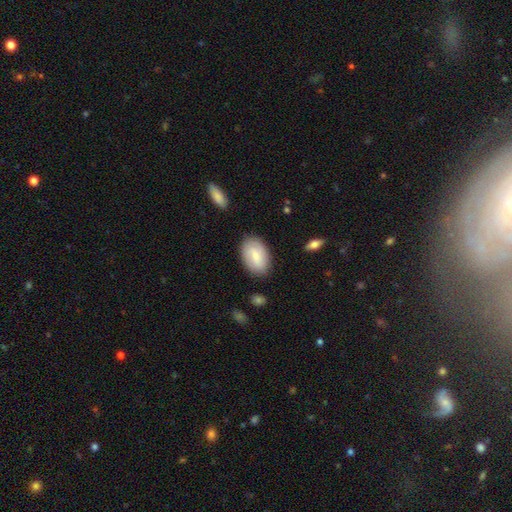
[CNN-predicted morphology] A smooth galaxy with no disk features (59%) that is in between round and cigar-shaped (90%). Merging: none (83%).